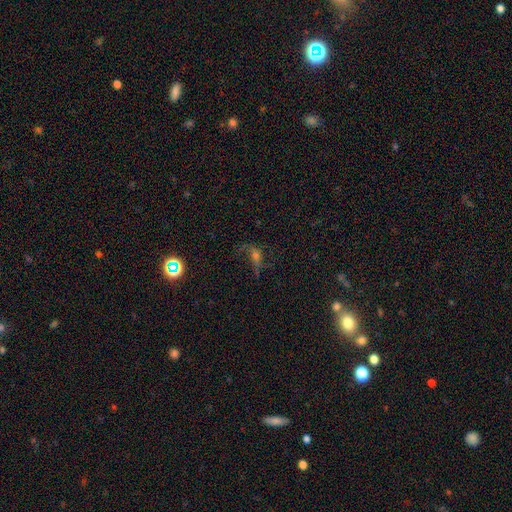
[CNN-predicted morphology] type=featured or disk (54%); edge-on=no (90%); merging=none (50%).